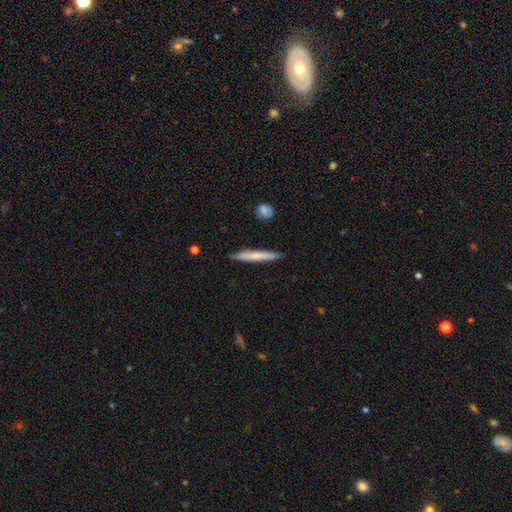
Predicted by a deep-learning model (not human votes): Q: Smooth or featured?
A: smooth (68%); runner-up: featured or disk (27%)
Q: How rounded?
A: cigar-shaped (96%); runner-up: in between (3%)
Q: Merging?
A: none (90%); runner-up: minor disturbance (7%)